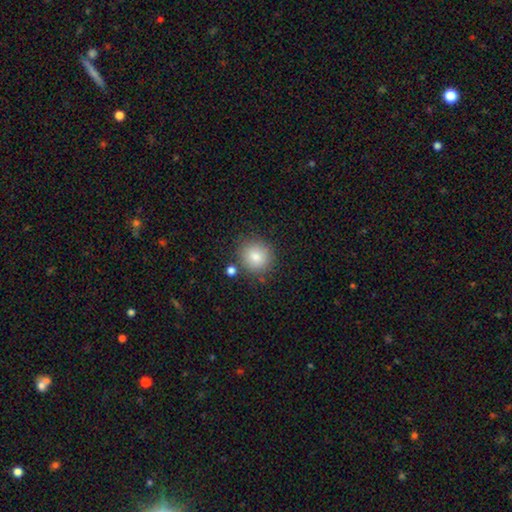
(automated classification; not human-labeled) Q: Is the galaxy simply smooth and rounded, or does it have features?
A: smooth — 83%.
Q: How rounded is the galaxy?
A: round — 89%.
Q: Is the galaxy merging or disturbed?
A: none — 83%.